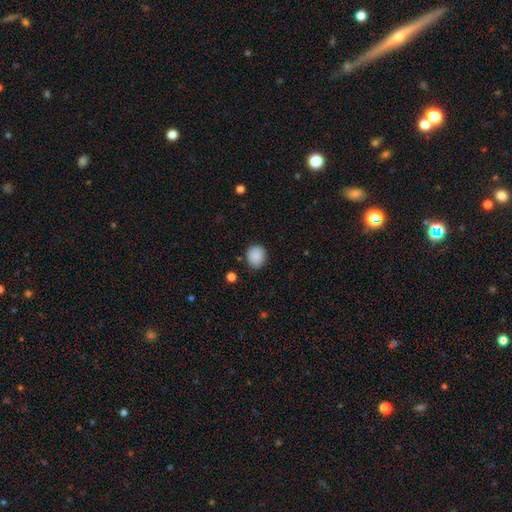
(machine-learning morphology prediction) smooth_or_featured: smooth (p=0.88) [alt: star or artifact p=0.08]
how_rounded: round (p=0.75) [alt: in between p=0.24]
merging: none (p=0.84) [alt: minor disturbance p=0.11]